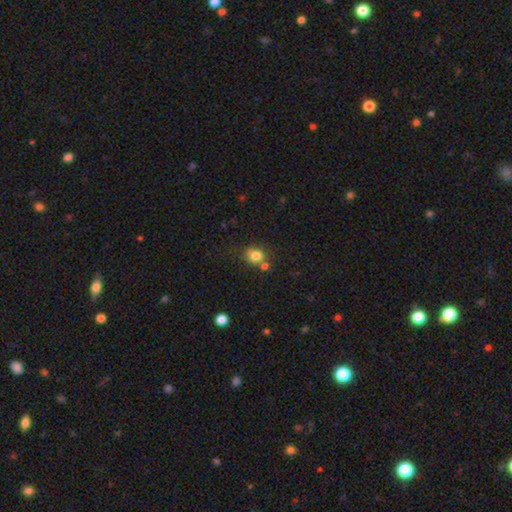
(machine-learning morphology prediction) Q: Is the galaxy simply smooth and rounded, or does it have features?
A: smooth — 79%.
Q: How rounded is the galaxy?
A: round — 61%.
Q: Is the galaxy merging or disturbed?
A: none — 63%.